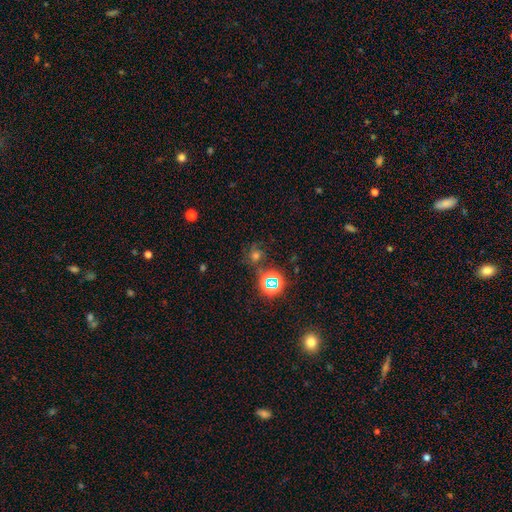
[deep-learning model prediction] The model was most divided on "smooth or featured": star or artifact: 43%, smooth: 39%, featured or disk: 19%.